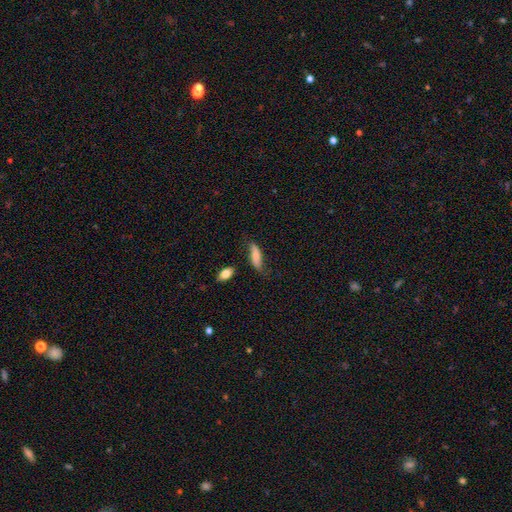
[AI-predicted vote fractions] Q: Smooth or featured?
A: smooth (69%); runner-up: featured or disk (23%)
Q: How rounded?
A: in between (53%); runner-up: cigar-shaped (44%)
Q: Merging?
A: none (56%); runner-up: minor disturbance (29%)